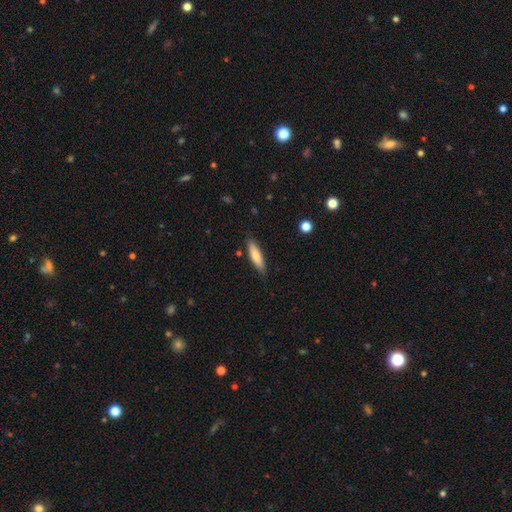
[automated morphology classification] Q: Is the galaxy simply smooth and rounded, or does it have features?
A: smooth — 78%.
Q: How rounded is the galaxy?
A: cigar-shaped — 64%.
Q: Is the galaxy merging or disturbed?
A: none — 84%.